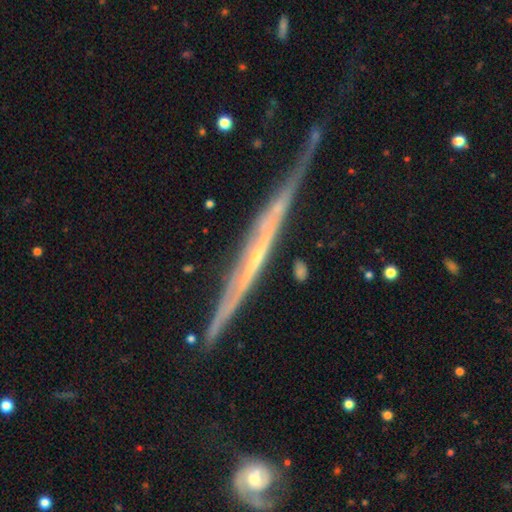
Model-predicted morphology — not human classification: A featured or disk galaxy (81%) viewed edge-on (93%) with no central bulge (71%).

Vote fractions:
- Smooth or featured? featured or disk: 81% / smooth: 12% / star or artifact: 7%
- Edge-on disk? yes: 93% / no: 7%
- Edge-on bulge? none: 71% / rounded: 23% / boxy: 6%
- Merging? none: 60% / minor disturbance: 27% / major disturbance: 8% / merger: 4%